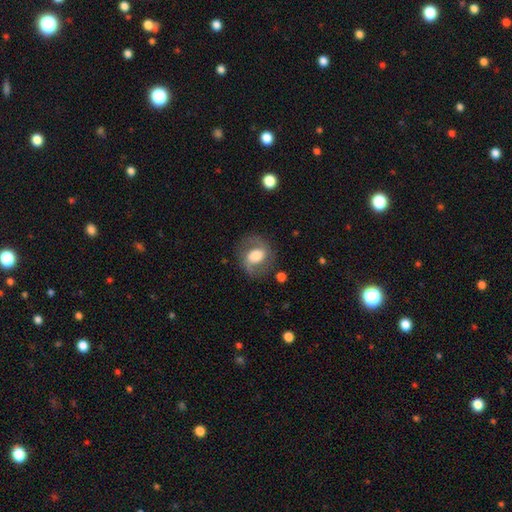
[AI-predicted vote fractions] Overall: featured or disk (58%; smooth 34%). Edge-on disk: no (96%). Bar: no (42%; weak 39%). Spiral arms: yes (80%). Bulge size: large (41%; moderate 40%). Merging: none (72%).